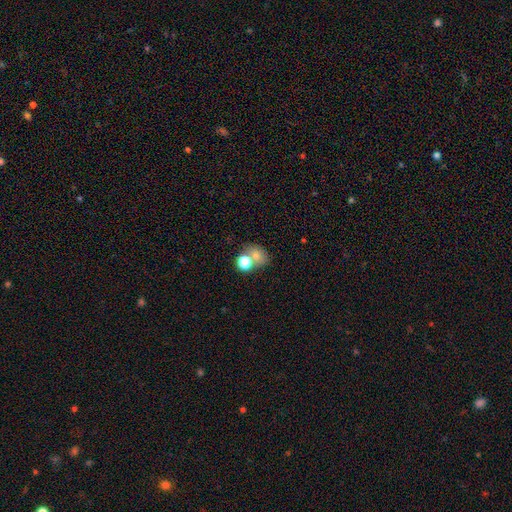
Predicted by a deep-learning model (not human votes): The model was most divided on "merging": merger: 44%, none: 42%, minor disturbance: 9%, major disturbance: 5%. More confident: smooth or featured — smooth (73%); how rounded — round (57%).